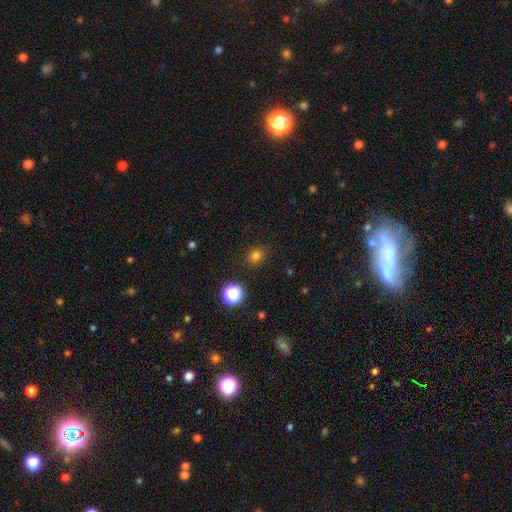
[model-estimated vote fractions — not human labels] A smooth galaxy with no disk features (79%) that is round (74%). Merging: none (87%).